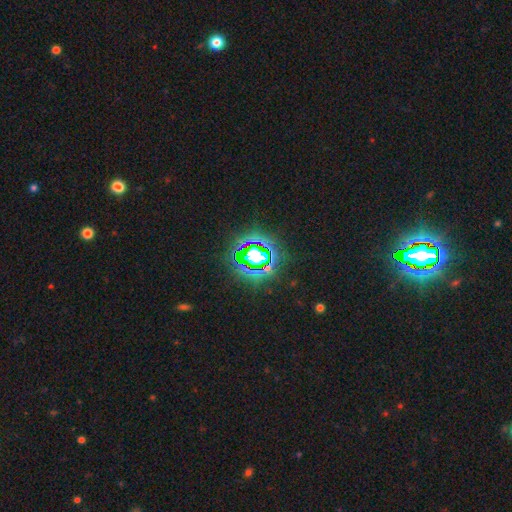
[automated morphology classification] Q: Smooth or featured?
A: star or artifact (84%); runner-up: smooth (10%)